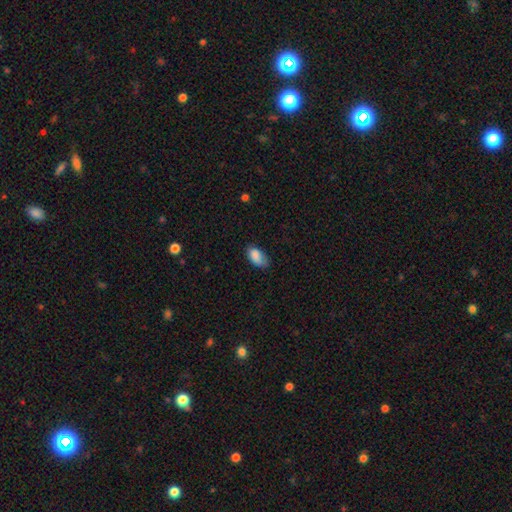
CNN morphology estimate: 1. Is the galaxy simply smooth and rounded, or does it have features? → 86% smooth, 7% star or artifact, 7% featured or disk.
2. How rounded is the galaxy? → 94% in between, 4% round, 2% cigar-shaped.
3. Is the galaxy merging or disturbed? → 60% none, 31% minor disturbance, 7% major disturbance, 2% merger.